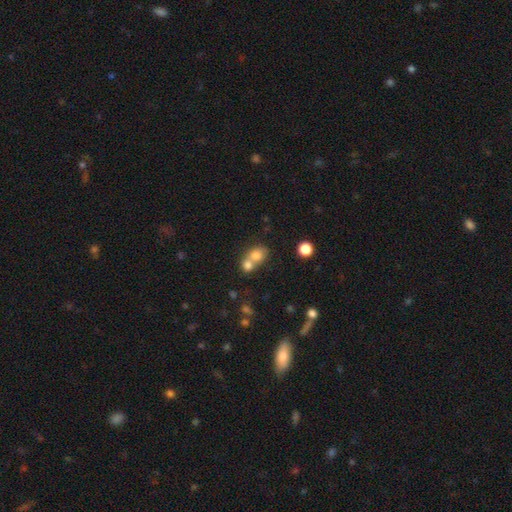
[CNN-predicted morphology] Smooth or featured?
  - smooth: 76% *
  - featured or disk: 12%
  - star or artifact: 11%
How rounded?
  - round: 61% *
  - in between: 37%
  - cigar-shaped: 1%
Merging?
  - merger: 63% *
  - none: 28%
  - minor disturbance: 6%
  - major disturbance: 3%